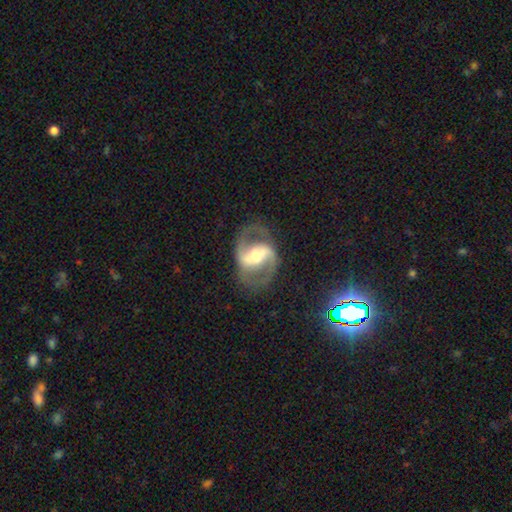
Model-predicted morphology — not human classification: Smooth or featured?
  - featured or disk: 87% *
  - smooth: 8%
  - star or artifact: 5%
Edge-on disk?
  - no: 97% *
  - yes: 3%
Bar?
  - strong: 55% *
  - weak: 32%
  - no: 13%
Spiral arms?
  - yes: 91% *
  - no: 9%
Spiral winding?
  - medium: 56% *
  - loose: 29%
  - tight: 15%
Spiral arm count?
  - 2: 92% *
  - can't tell: 3%
  - 1: 2%
  - 3: 1%
  - 4: 1%
  - more than 4: 1%
Bulge size?
  - moderate: 61% *
  - small: 19%
  - large: 17%
  - dominant: 2%
  - none: 2%
Merging?
  - none: 78% *
  - minor disturbance: 12%
  - major disturbance: 8%
  - merger: 1%